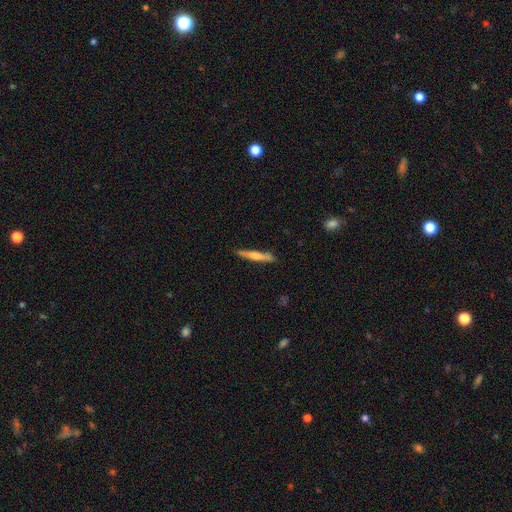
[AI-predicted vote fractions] The model was most divided on "smooth or featured": smooth: 59%, featured or disk: 36%, star or artifact: 6%. More confident: how rounded — cigar-shaped (94%); merging — none (84%).